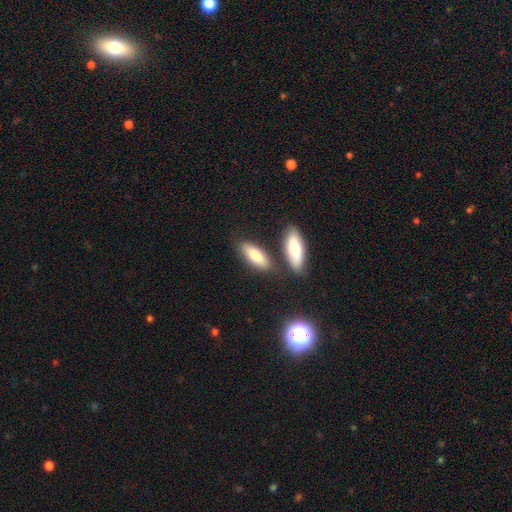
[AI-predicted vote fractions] A smooth galaxy with no disk features (83%) that is in between round and cigar-shaped (70%). Merging: none (71%).